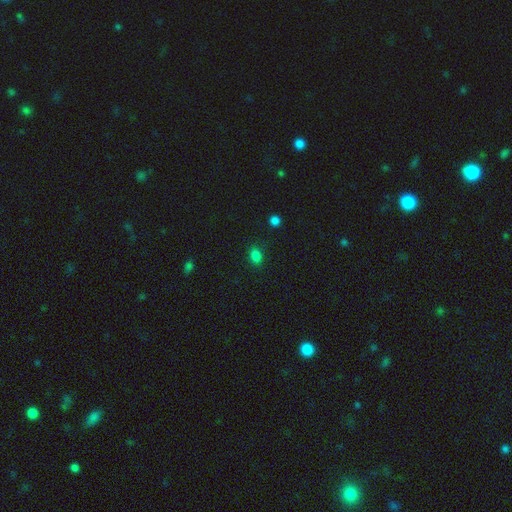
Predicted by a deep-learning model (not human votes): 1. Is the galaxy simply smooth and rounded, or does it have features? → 82% smooth, 14% star or artifact, 4% featured or disk.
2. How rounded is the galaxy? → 74% in between, 24% round, 2% cigar-shaped.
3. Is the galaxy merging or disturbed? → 84% none, 11% minor disturbance, 3% major disturbance, 2% merger.